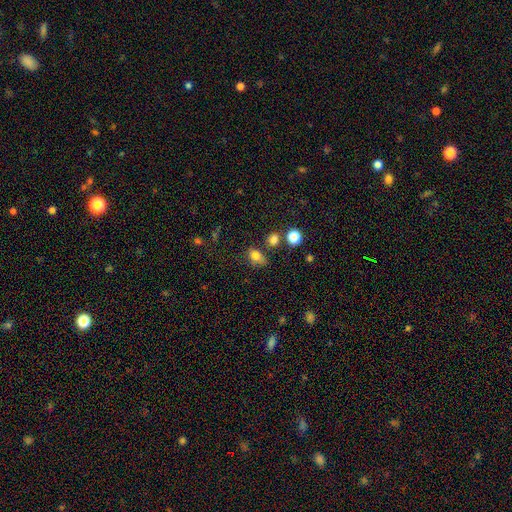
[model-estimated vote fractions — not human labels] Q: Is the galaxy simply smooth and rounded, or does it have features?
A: smooth — 79%.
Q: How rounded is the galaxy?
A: in between — 67%.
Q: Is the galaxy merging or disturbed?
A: none — 63%.